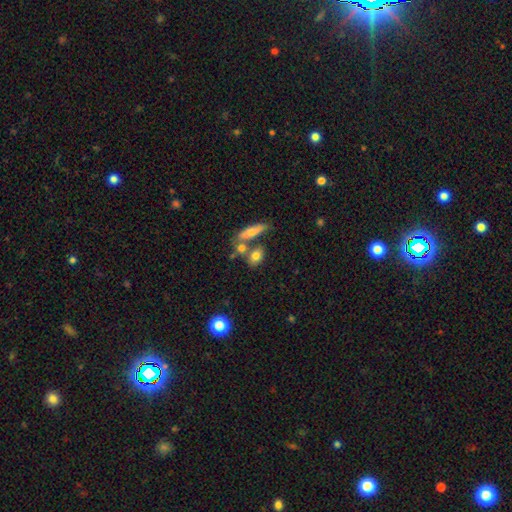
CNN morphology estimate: This is likely a smooth galaxy (72%). How rounded: likely in between (68%). Merging: possibly none (49%).